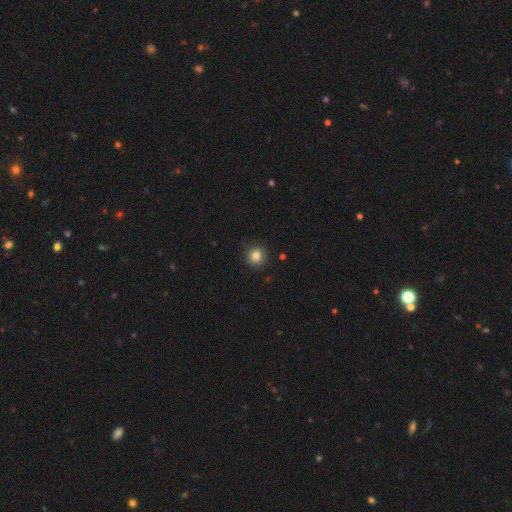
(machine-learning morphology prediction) Overall: smooth (85%). How rounded: round (89%). Merging: none (86%).